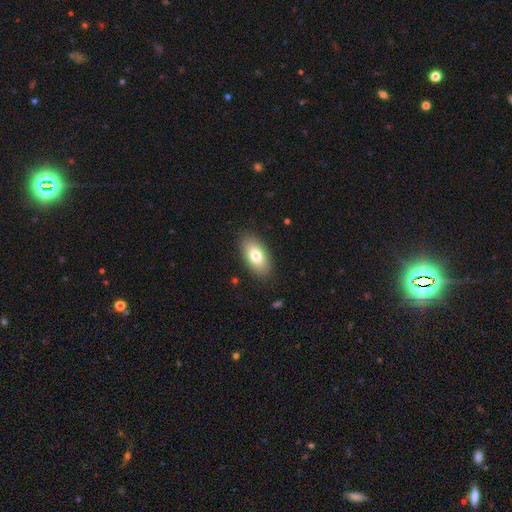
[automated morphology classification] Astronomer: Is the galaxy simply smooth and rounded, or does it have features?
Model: smooth — 76%.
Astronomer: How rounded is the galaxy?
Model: in between — 92%.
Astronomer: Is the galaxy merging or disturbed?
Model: none — 87%.